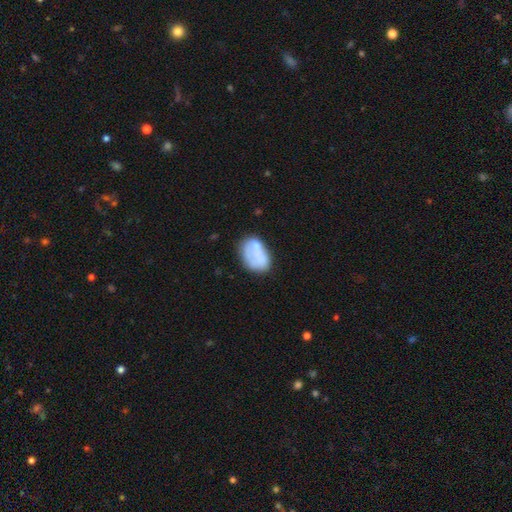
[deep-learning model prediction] A smooth galaxy with no disk features (60%) that is in between round and cigar-shaped (86%).

Vote fractions:
- Smooth or featured? smooth: 60% / featured or disk: 31% / star or artifact: 9%
- How rounded? in between: 86% / round: 13% / cigar-shaped: 2%
- Merging? none: 47% / minor disturbance: 24% / merger: 16% / major disturbance: 13%